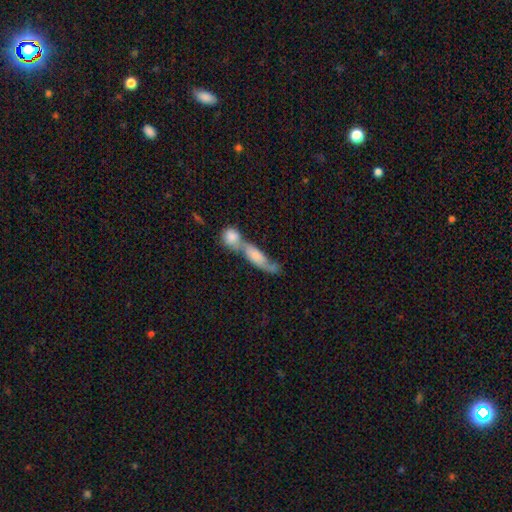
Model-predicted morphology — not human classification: This is possibly a smooth galaxy (51%). How rounded: possibly cigar-shaped (48%). Merging: likely merger (68%).